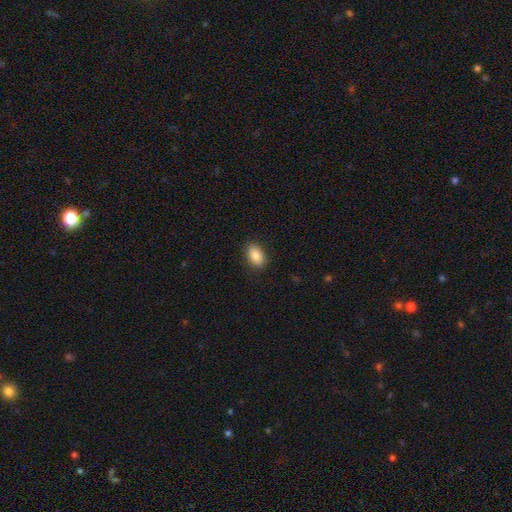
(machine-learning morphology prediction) Smooth or featured?
  - smooth: 87% *
  - star or artifact: 7%
  - featured or disk: 6%
How rounded?
  - in between: 91% *
  - round: 8%
  - cigar-shaped: 2%
Merging?
  - none: 88% *
  - minor disturbance: 9%
  - major disturbance: 2%
  - merger: 1%